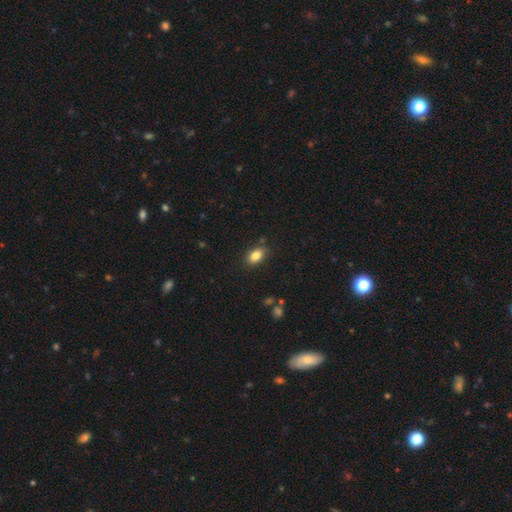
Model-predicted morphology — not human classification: A smooth galaxy with no disk features (83%) that is in between round and cigar-shaped (87%). Merging: none (82%).